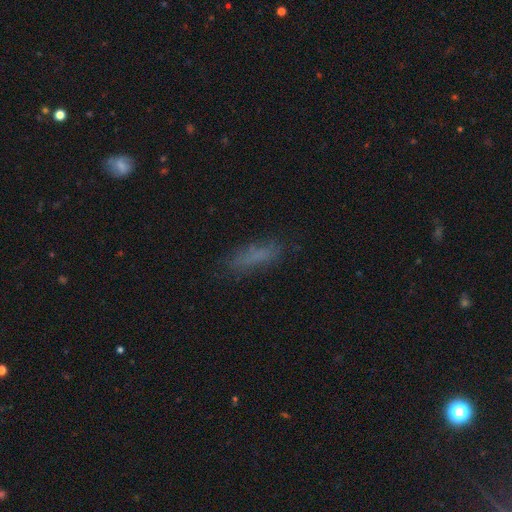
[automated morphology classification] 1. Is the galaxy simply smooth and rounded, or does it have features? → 71% smooth, 16% featured or disk, 13% star or artifact.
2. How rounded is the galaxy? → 61% cigar-shaped, 37% in between, 2% round.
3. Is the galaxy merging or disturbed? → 74% none, 17% minor disturbance, 7% major disturbance, 2% merger.